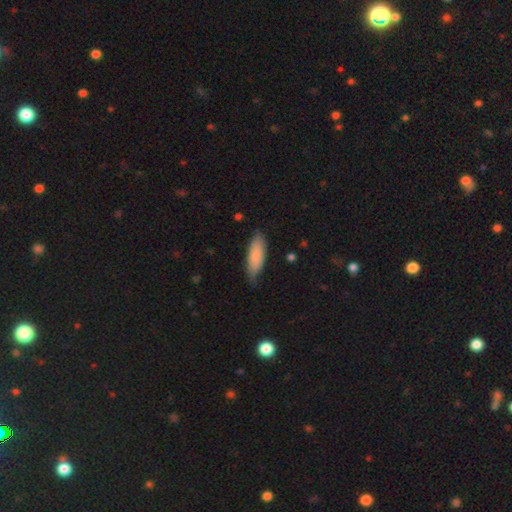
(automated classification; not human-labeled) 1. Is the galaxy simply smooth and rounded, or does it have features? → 83% smooth, 12% featured or disk, 5% star or artifact.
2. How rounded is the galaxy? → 61% in between, 38% cigar-shaped, 2% round.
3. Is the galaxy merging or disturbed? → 73% none, 23% minor disturbance, 3% major disturbance, 1% merger.